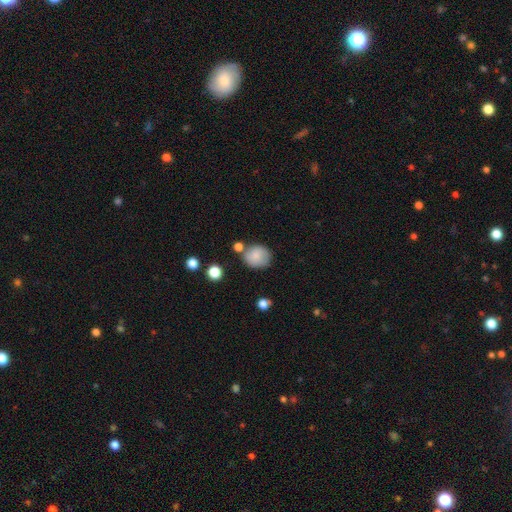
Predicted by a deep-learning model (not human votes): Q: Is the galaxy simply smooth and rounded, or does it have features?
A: smooth — 83%.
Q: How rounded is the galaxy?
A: round — 73%.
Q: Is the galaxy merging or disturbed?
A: none — 66%.